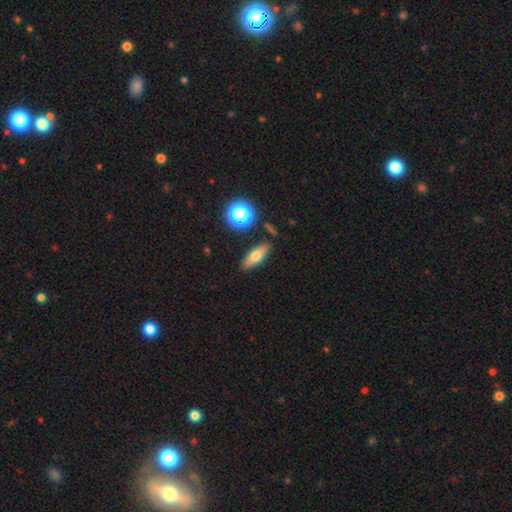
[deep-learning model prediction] Smooth or featured? smooth (66%)
How rounded? in between (57%)
Merging? none (84%)